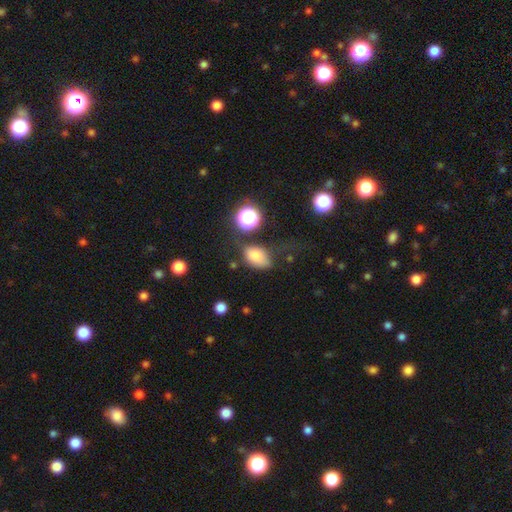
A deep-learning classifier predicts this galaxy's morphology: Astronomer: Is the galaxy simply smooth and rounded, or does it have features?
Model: smooth — 78%.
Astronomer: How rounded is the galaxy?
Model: in between — 83%.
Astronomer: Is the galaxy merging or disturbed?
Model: none — 50% (runner-up: minor disturbance, 28%).